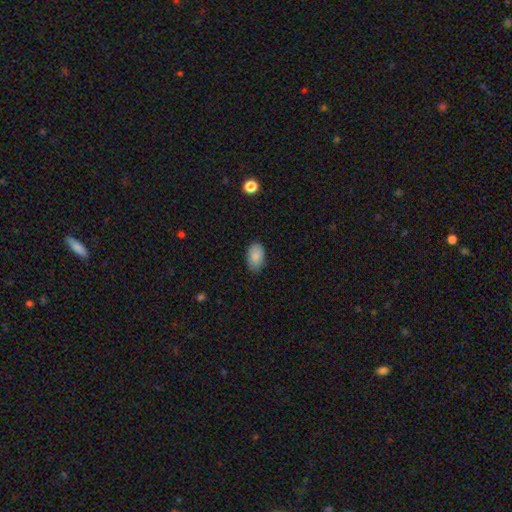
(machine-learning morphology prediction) Q: Smooth or featured?
A: smooth (87%); runner-up: star or artifact (7%)
Q: How rounded?
A: in between (93%); runner-up: round (6%)
Q: Merging?
A: none (83%); runner-up: minor disturbance (14%)